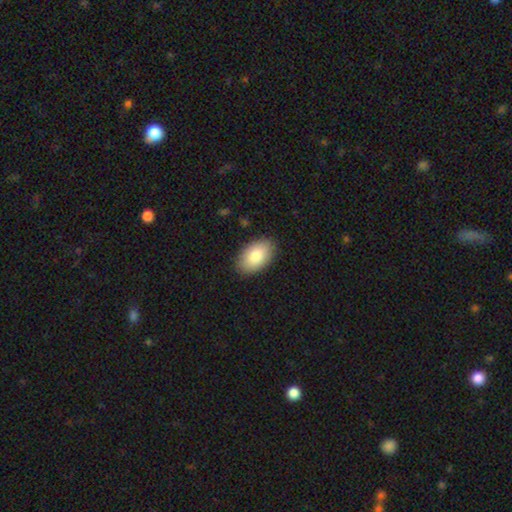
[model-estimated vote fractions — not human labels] A smooth galaxy with no disk features (83%) that is in between round and cigar-shaped (93%).

Vote fractions:
- Smooth or featured? smooth: 83% / featured or disk: 11% / star or artifact: 6%
- How rounded? in between: 93% / round: 5% / cigar-shaped: 1%
- Merging? none: 88% / minor disturbance: 9% / major disturbance: 2% / merger: 1%